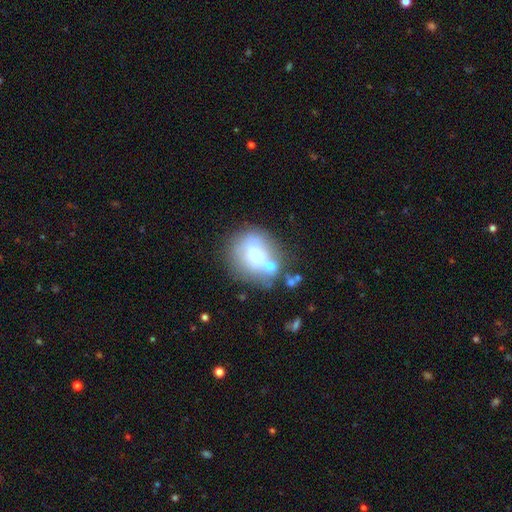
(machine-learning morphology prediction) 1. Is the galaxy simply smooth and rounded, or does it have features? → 52% smooth, 36% featured or disk, 12% star or artifact.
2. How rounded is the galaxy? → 72% round, 26% in between, 2% cigar-shaped.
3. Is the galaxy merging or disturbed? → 42% none, 31% merger, 16% minor disturbance, 11% major disturbance.